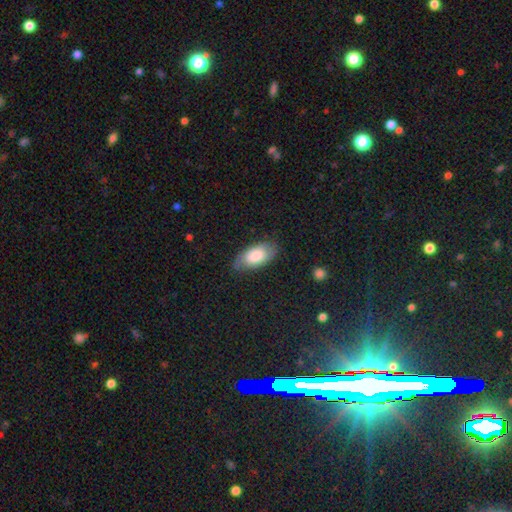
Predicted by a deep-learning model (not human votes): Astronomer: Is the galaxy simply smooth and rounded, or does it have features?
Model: smooth — 75%.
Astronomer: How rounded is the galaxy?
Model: in between — 92%.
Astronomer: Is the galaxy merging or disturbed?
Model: none — 73%.